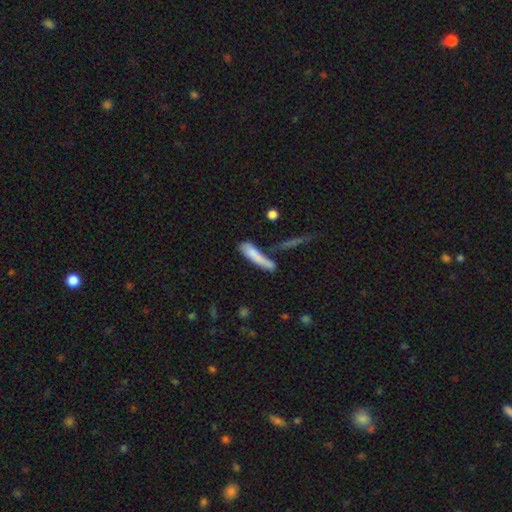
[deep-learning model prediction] A smooth galaxy with no disk features (74%) that is cigar-shaped (78%). Merging: none (42%).